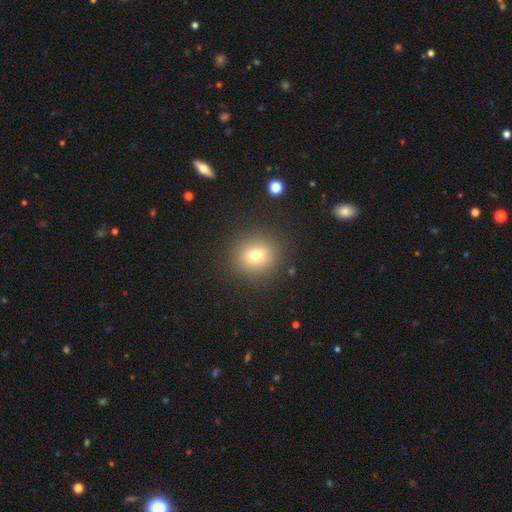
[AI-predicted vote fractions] smooth-or-featured: smooth: 73% | star or artifact: 15% | featured or disk: 12%
  how-rounded: round: 84% | in between: 15% | cigar-shaped: 1%
  merging: none: 89% | minor disturbance: 7% | major disturbance: 3% | merger: 2%